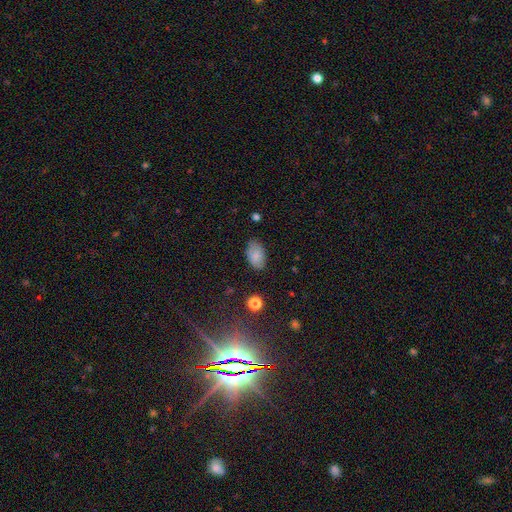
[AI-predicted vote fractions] A smooth galaxy with no disk features (82%) that is in between round and cigar-shaped (93%). Merging: none (81%).